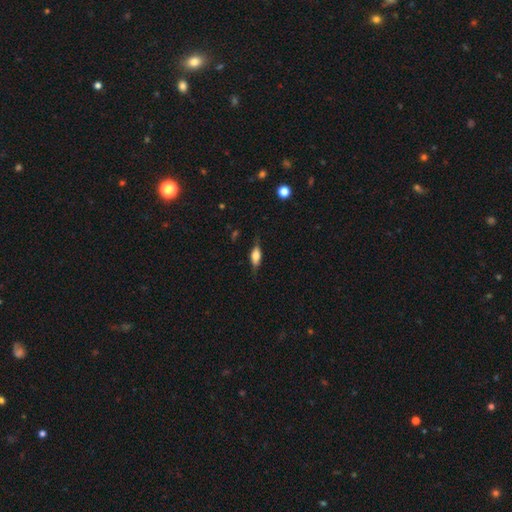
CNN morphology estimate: A smooth galaxy with no disk features (54%) that is in between round and cigar-shaped (72%).

Vote fractions:
- Smooth or featured? smooth: 54% / featured or disk: 38% / star or artifact: 8%
- How rounded? in between: 72% / cigar-shaped: 23% / round: 5%
- Merging? none: 73% / minor disturbance: 20% / major disturbance: 6% / merger: 1%